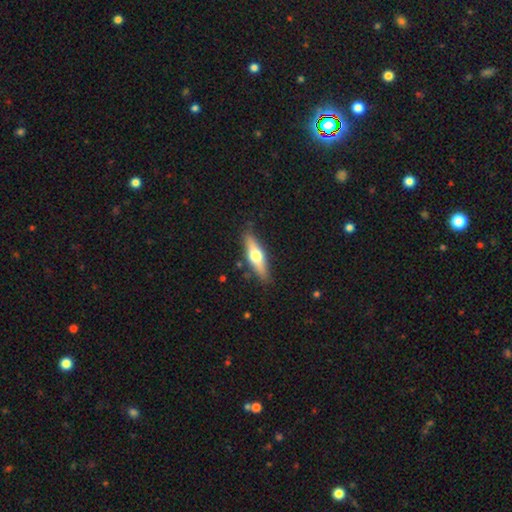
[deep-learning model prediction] Smooth or featured?
  - featured or disk: 51% *
  - smooth: 43%
  - star or artifact: 5%
Edge-on disk?
  - yes: 91% *
  - no: 9%
Merging?
  - none: 85% *
  - minor disturbance: 11%
  - major disturbance: 2%
  - merger: 2%